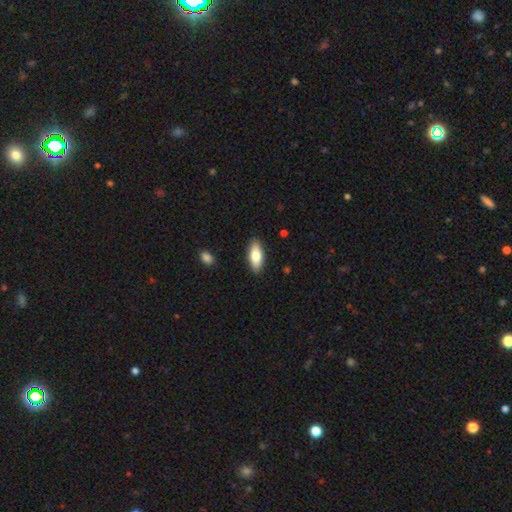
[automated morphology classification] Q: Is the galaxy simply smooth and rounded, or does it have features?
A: smooth — 78%.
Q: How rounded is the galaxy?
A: in between — 79%.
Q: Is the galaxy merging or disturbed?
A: none — 89%.